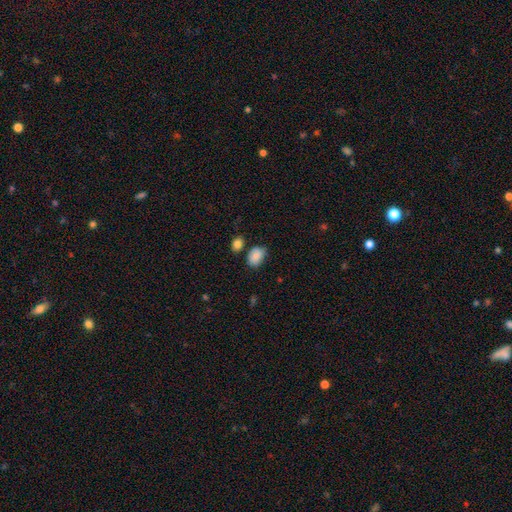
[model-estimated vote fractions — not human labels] Smooth or featured?
  - smooth: 87% *
  - star or artifact: 8%
  - featured or disk: 5%
How rounded?
  - in between: 79% *
  - round: 20%
  - cigar-shaped: 1%
Merging?
  - none: 66% *
  - minor disturbance: 21%
  - merger: 8%
  - major disturbance: 4%